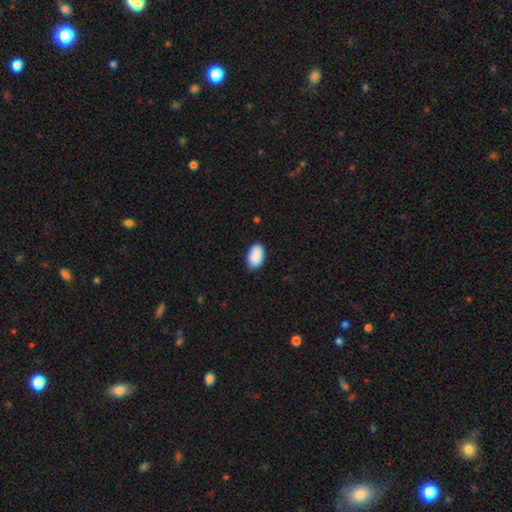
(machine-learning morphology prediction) This appears to be a smooth galaxy with no disk features (90%) that is in between round and cigar-shaped (94%). Merging: none (84%).